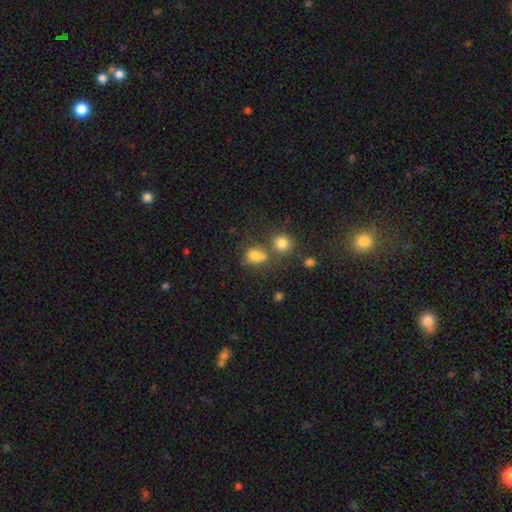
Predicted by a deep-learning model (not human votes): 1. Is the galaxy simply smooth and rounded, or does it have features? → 77% smooth, 14% star or artifact, 9% featured or disk.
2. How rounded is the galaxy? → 56% in between, 42% round, 2% cigar-shaped.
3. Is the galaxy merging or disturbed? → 44% none, 32% merger, 16% minor disturbance, 8% major disturbance.